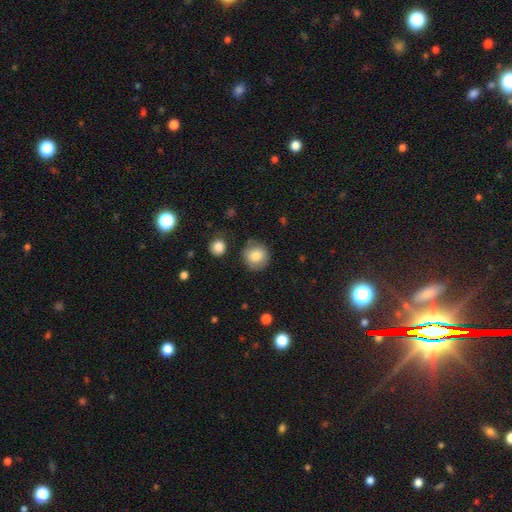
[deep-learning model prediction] Overall: smooth (81%). How rounded: round (91%). Merging: none (80%).